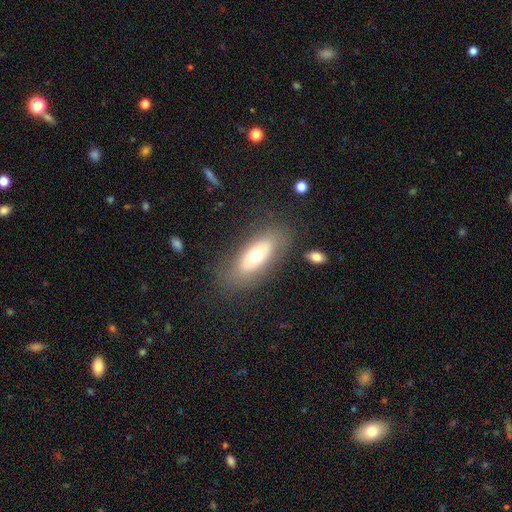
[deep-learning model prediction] This appears to be a smooth galaxy with no disk features (58%) that is in between round and cigar-shaped (79%). Merging: none (79%).